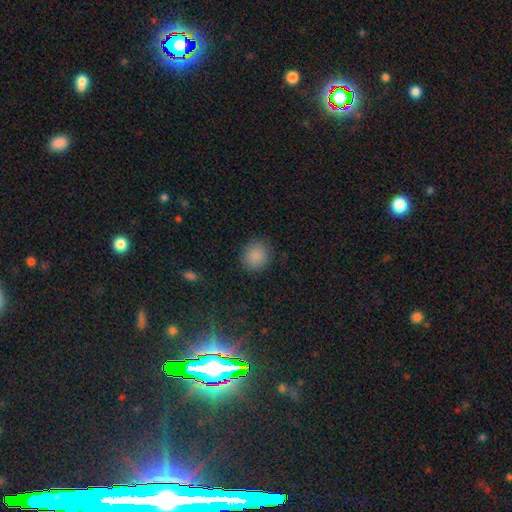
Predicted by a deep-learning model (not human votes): Smooth or featured? smooth (87%)
How rounded? round (84%)
Merging? none (88%)